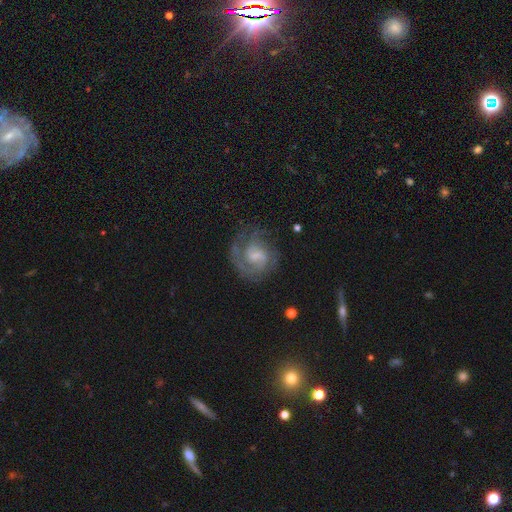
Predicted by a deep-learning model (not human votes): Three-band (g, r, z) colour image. It shows a featured or disk galaxy (80%) with a weak bar (51%), 2 (39%) tight (47%) spiral arms (93%) and a small central bulge (46%). Merging: none (64%).